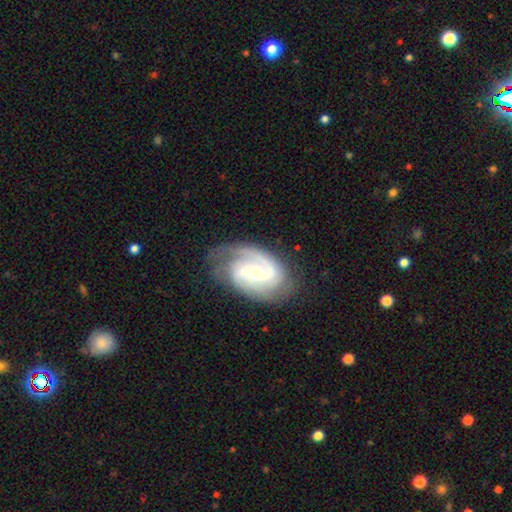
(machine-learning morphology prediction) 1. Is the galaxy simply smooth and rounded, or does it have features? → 90% featured or disk, 6% smooth, 4% star or artifact.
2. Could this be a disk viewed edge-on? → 97% no, 3% yes.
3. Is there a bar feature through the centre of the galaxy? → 49% weak, 31% no, 19% strong.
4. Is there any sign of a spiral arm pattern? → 98% yes, 2% no.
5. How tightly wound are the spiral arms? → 47% medium, 41% tight, 12% loose.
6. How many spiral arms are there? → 66% 2, 17% 3, 9% can't tell, 3% 1, 3% 4, 2% more than 4.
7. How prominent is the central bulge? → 48% moderate (tied), 48% small (tied), 2% large, 1% none, 1% dominant.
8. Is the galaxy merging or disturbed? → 72% none, 19% minor disturbance, 8% major disturbance, 1% merger.